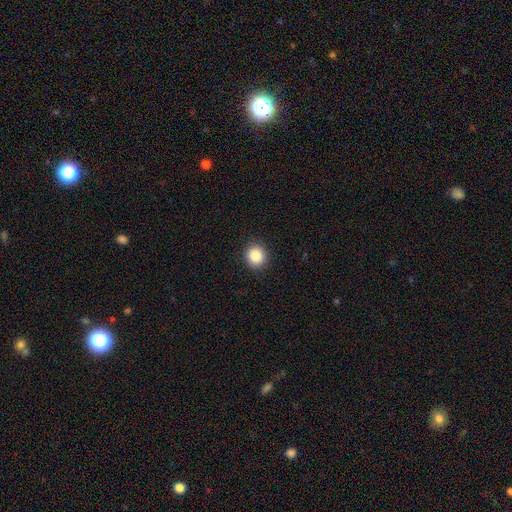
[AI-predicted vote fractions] Overall: smooth (87%). How rounded: round (88%). Merging: none (91%).